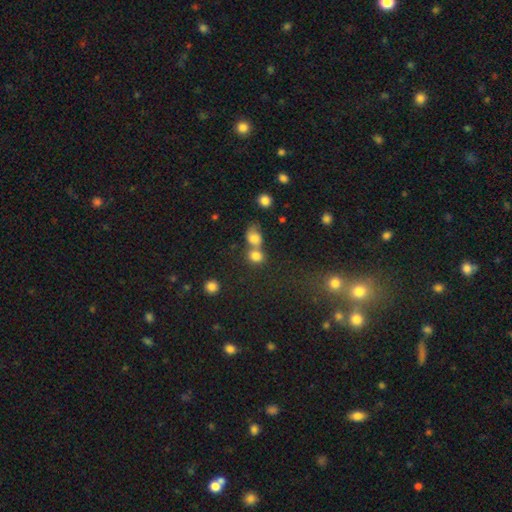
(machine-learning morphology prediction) A smooth galaxy with no disk features (78%) that is round (65%).

Vote fractions:
- Smooth or featured? smooth: 78% / star or artifact: 12% / featured or disk: 9%
- How rounded? round: 65% / in between: 33% / cigar-shaped: 2%
- Merging? merger: 55% / none: 34% / minor disturbance: 7% / major disturbance: 4%